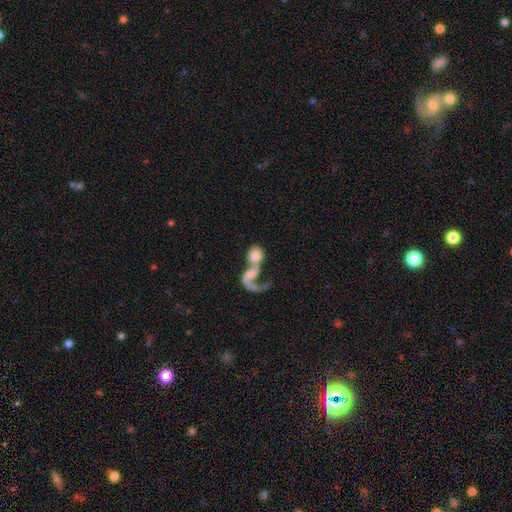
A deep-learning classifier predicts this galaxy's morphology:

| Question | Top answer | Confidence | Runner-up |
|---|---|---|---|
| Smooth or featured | smooth | 48% | featured or disk (44%) |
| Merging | merger | 68% | none (14%) |